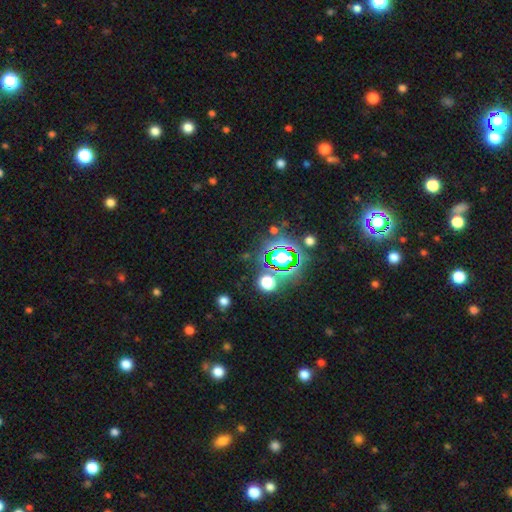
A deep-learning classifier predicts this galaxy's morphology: Smooth or featured: star or artifact — 80% (smooth — 12%)